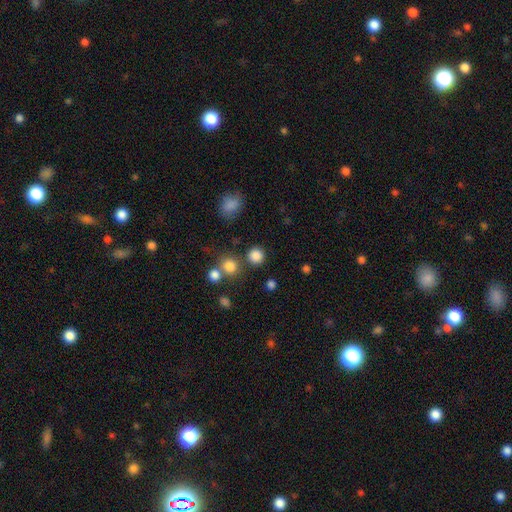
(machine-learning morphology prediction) Q: Smooth or featured?
A: smooth (83%); runner-up: star or artifact (13%)
Q: How rounded?
A: round (93%); runner-up: in between (7%)
Q: Merging?
A: none (81%); runner-up: merger (8%)